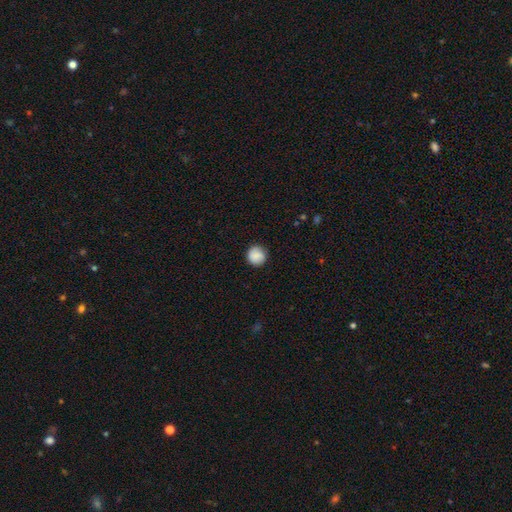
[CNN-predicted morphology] type=smooth (85%); roundness=round (93%); merging=none (86%).